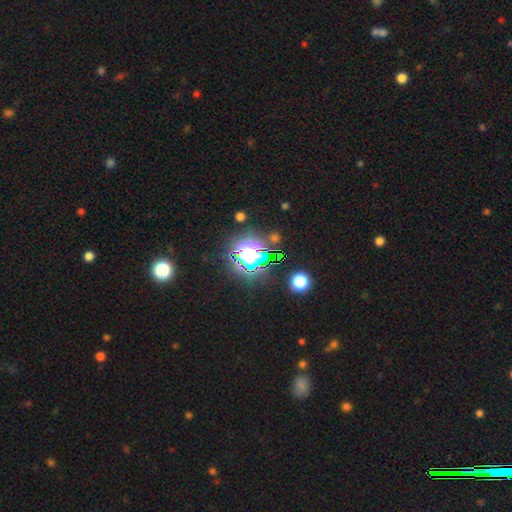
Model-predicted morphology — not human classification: type=star or artifact (81%).